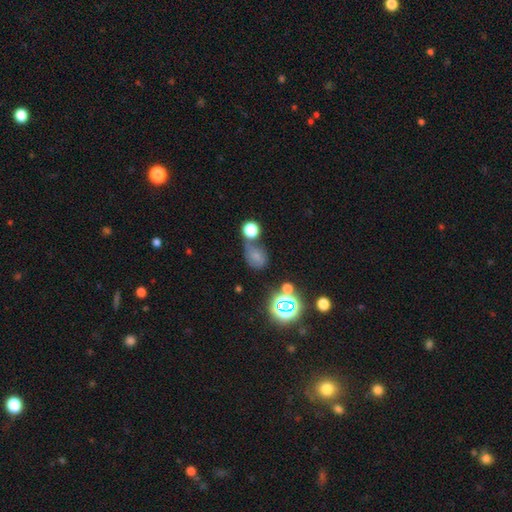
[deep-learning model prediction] Overall: smooth (59%; star or artifact 24%). How rounded: round (52%; in between 46%). Merging: none (40%; merger 24%).